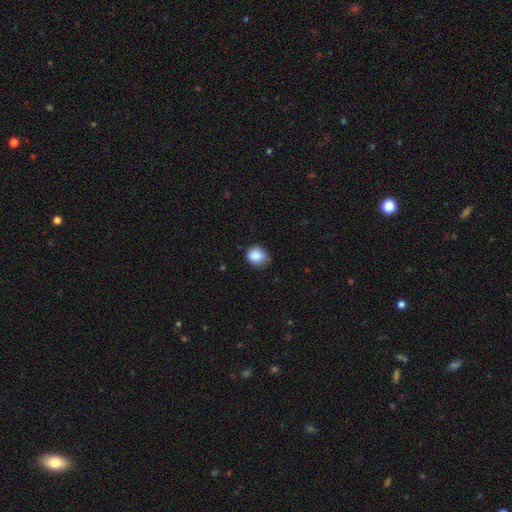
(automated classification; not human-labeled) Smooth or featured? Predicted: smooth (p=0.87). How rounded? Predicted: round (p=0.71). Merging? Predicted: none (p=0.70).